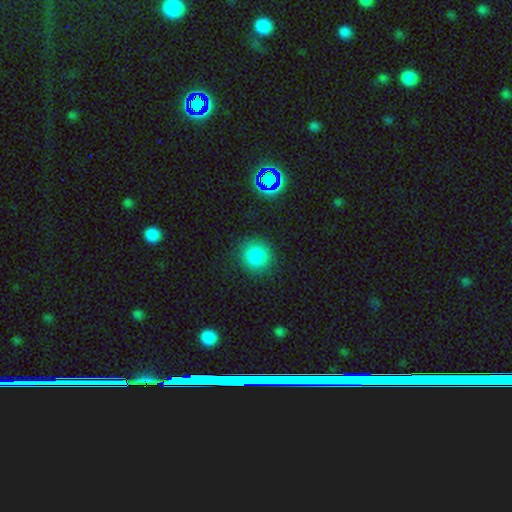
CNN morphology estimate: A smooth galaxy with no disk features (84%) that is round (89%). Merging: none (87%).